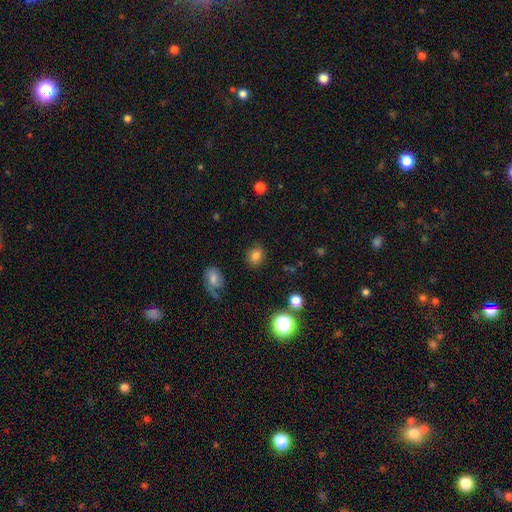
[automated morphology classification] Smooth or featured? smooth (81%)
How rounded? round (60%)
Merging? none (86%)